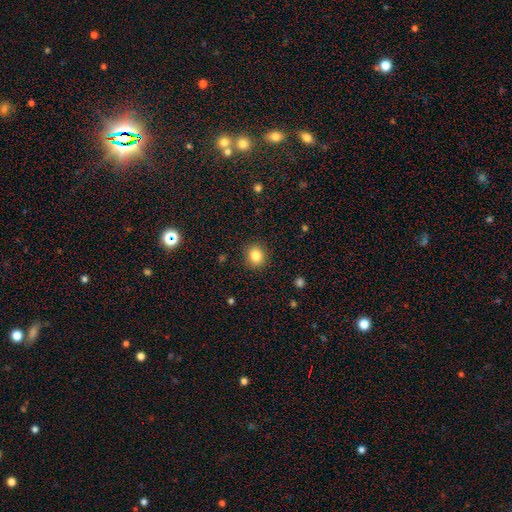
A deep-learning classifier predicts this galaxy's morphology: This appears to be a smooth galaxy with no disk features (83%) that is round (74%). Merging: none (89%).